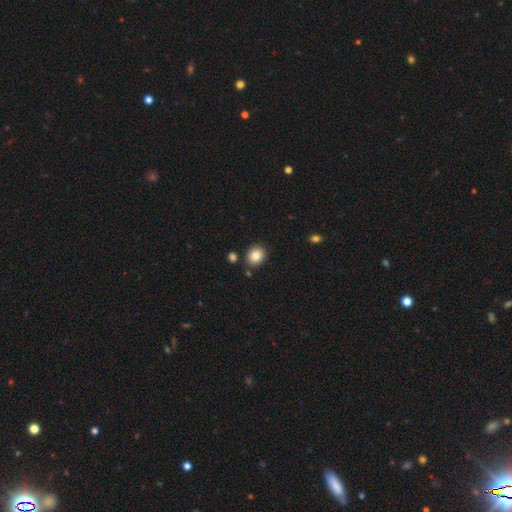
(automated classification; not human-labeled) This appears to be a smooth galaxy with no disk features (84%) that is round (66%). Merging: none (85%).